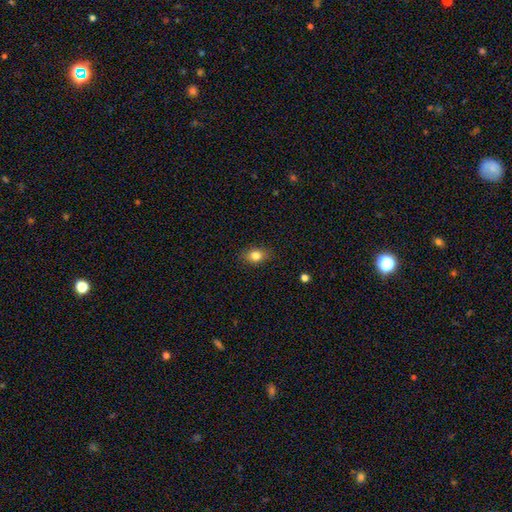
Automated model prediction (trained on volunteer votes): smooth 82%, star or artifact 10%, featured or disk 8%. Down the decision tree: how rounded — in between (69%); merging — none (85%).